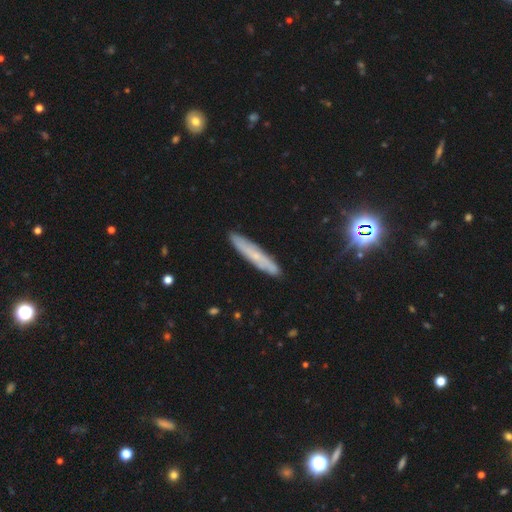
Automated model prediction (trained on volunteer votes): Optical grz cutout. It shows a featured or disk galaxy (47%). Merging: none (86%).